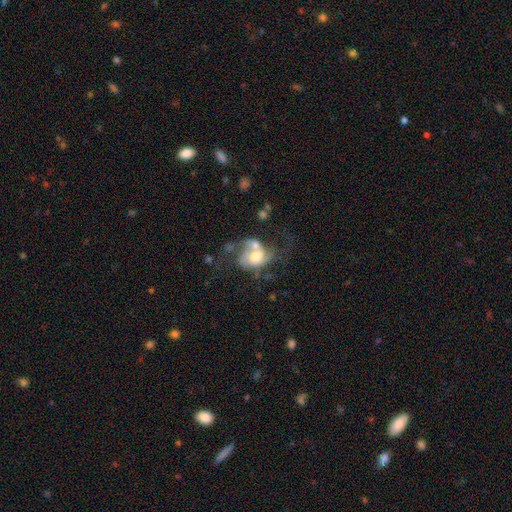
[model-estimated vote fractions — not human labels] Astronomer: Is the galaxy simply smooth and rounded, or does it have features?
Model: featured or disk — 63%.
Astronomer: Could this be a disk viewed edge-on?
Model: no — 97%.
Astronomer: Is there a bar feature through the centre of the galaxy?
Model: no — 73%.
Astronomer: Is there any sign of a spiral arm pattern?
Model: yes — 71%.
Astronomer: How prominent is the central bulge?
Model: moderate — 52%.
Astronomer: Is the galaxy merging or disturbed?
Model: merger — 35% (runner-up: major disturbance, 29%).